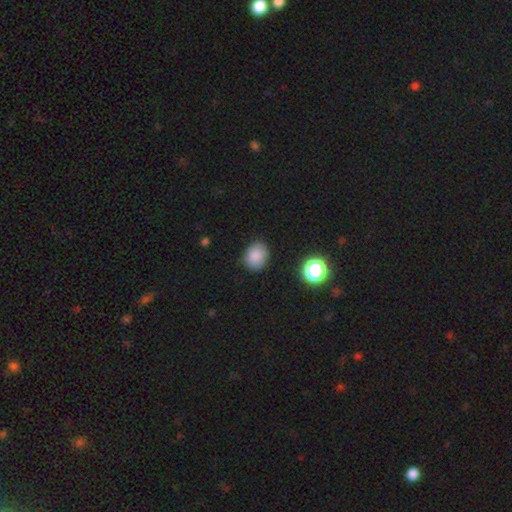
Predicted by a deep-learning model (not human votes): smooth-or-featured: smooth: 85% | star or artifact: 10% | featured or disk: 5%
  how-rounded: in between: 52% | round: 47% | cigar-shaped: 1%
  merging: none: 82% | minor disturbance: 13% | major disturbance: 3% | merger: 2%